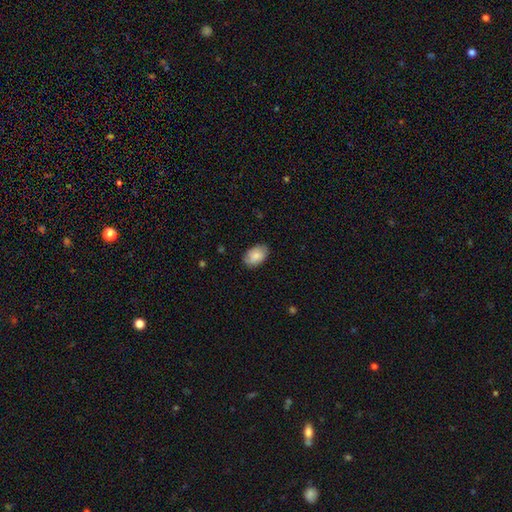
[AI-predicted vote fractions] Smooth or featured?
  - smooth: 82% *
  - featured or disk: 12%
  - star or artifact: 7%
How rounded?
  - in between: 89% *
  - round: 10%
  - cigar-shaped: 1%
Merging?
  - none: 79% *
  - minor disturbance: 17%
  - major disturbance: 3%
  - merger: 1%